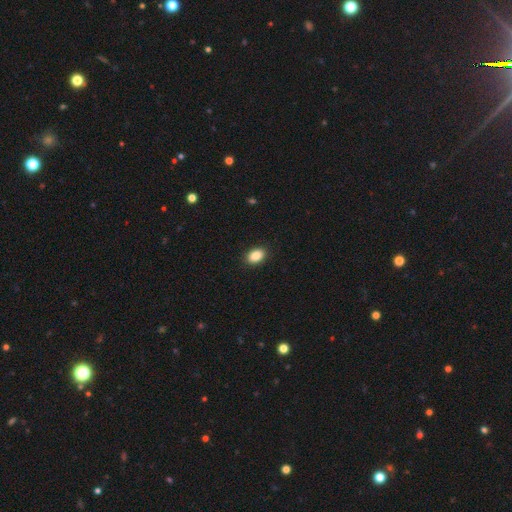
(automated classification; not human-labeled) Smooth or featured? smooth (88%)
How rounded? in between (83%)
Merging? none (90%)